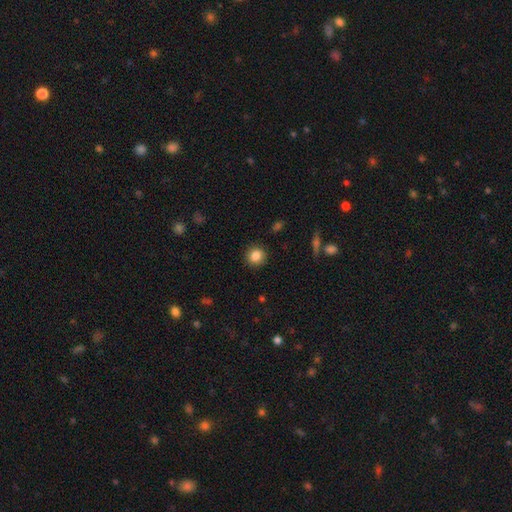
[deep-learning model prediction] Smooth or featured? smooth (85%)
How rounded? round (90%)
Merging? none (91%)